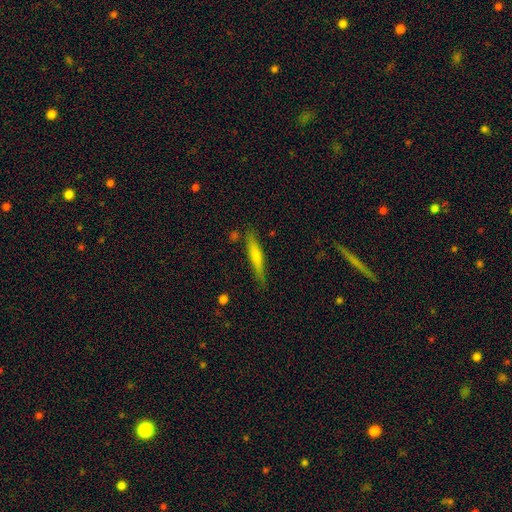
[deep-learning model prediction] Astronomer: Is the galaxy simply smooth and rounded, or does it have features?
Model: smooth — 54% (runner-up: featured or disk, 39%).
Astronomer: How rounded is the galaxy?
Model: cigar-shaped — 93%.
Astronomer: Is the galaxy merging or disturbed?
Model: none — 84%.